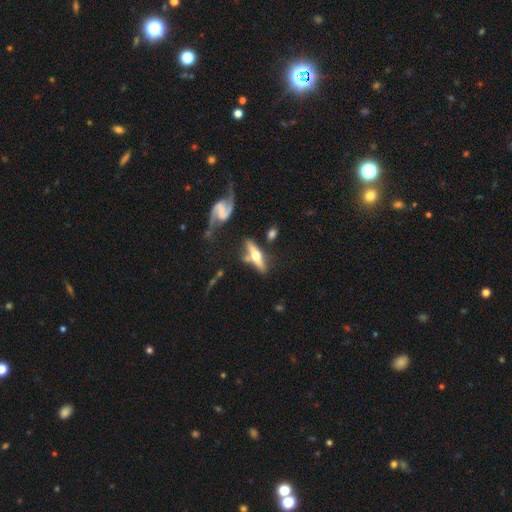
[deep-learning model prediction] smooth-or-featured: featured or disk: 70% | smooth: 23% | star or artifact: 6%
  disk-edge-on: yes: 82% | no: 18%
    edge-on-bulge: rounded: 94% | boxy: 3% | none: 2%
  merging: none: 62% | minor disturbance: 18% | merger: 12% | major disturbance: 8%